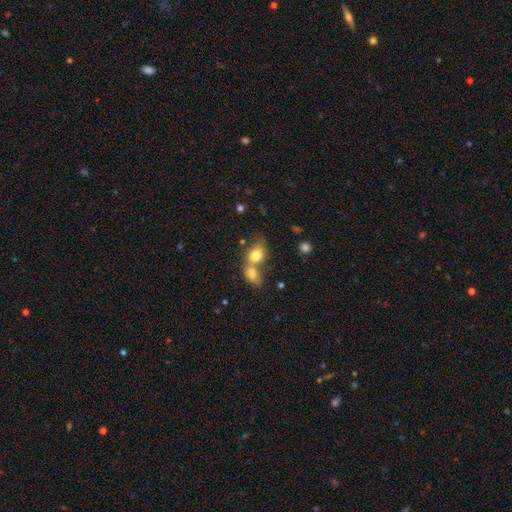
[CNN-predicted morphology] Overall: smooth (77%). How rounded: in between (67%; round 31%). Merging: merger (65%).